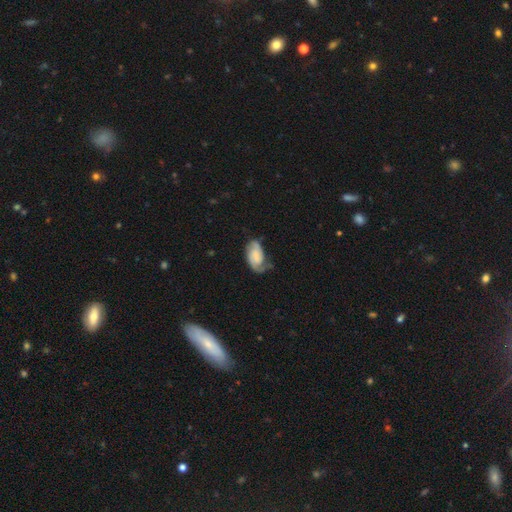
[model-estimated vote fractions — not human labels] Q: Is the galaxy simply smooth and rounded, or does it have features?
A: featured or disk — 55%.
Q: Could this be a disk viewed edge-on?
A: no — 96%.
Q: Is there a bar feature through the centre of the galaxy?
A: no — 55%.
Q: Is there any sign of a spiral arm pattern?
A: yes — 88%.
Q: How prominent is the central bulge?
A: none — 37%.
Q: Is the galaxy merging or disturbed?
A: none — 43%.